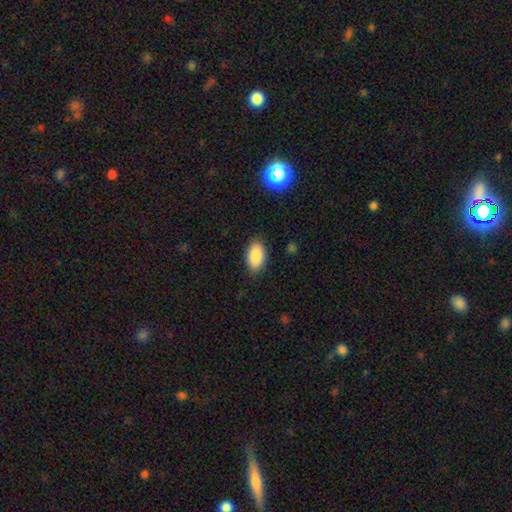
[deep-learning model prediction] smooth 89%, star or artifact 7%, featured or disk 4%. Down the decision tree: how rounded — in between (94%); merging — none (86%).